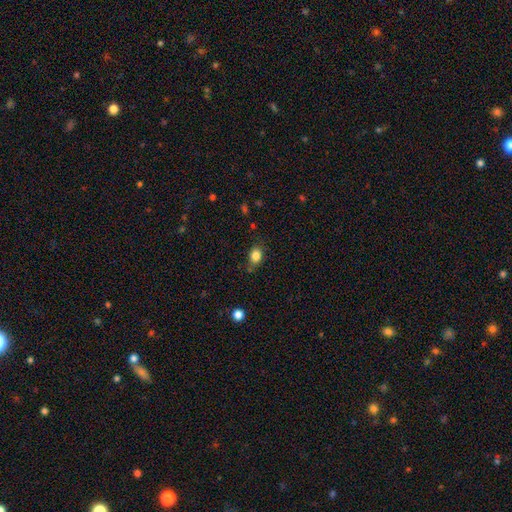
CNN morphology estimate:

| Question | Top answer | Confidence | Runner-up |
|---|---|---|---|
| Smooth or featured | smooth | 84% | star or artifact (11%) |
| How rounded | in between | 55% | round (44%) |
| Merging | none | 73% | minor disturbance (19%) |